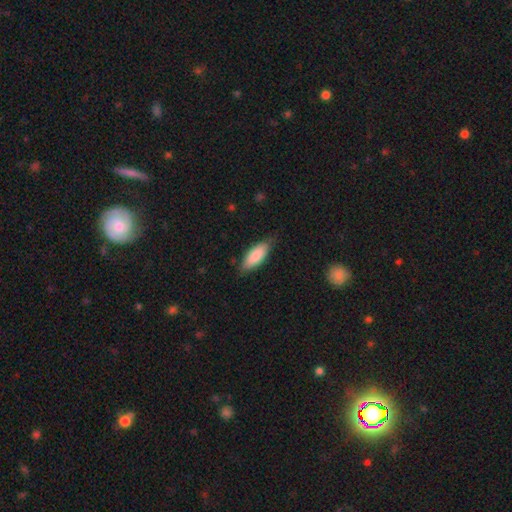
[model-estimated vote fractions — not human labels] smooth 83%, featured or disk 11%, star or artifact 6%. Down the decision tree: how rounded — in between (75%); merging — none (74%).